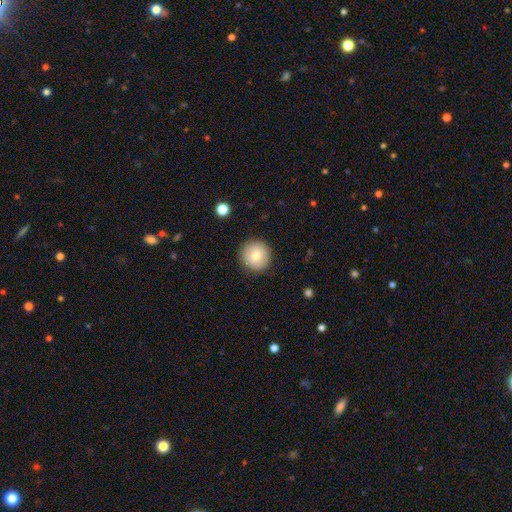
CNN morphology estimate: Overall: smooth (79%). How rounded: round (95%). Merging: none (90%).